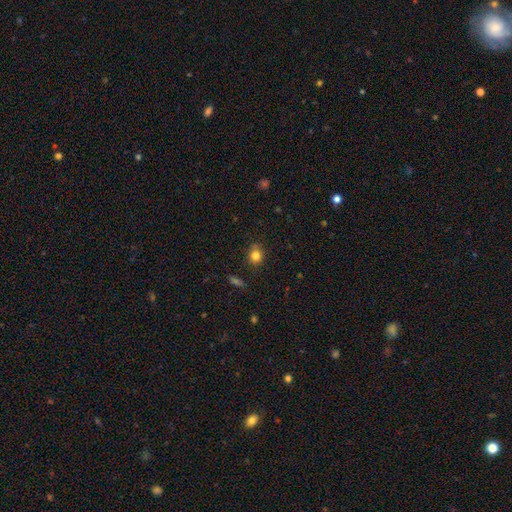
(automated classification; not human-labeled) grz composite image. It shows a smooth galaxy with no disk features (81%) that is round (77%). Merging: none (80%).